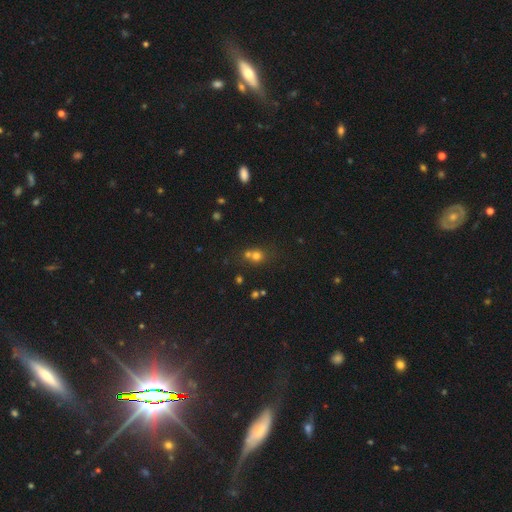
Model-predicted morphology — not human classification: smooth 68%, star or artifact 21%, featured or disk 11%. Down the decision tree: how rounded — round (83%); merging — none (46%).